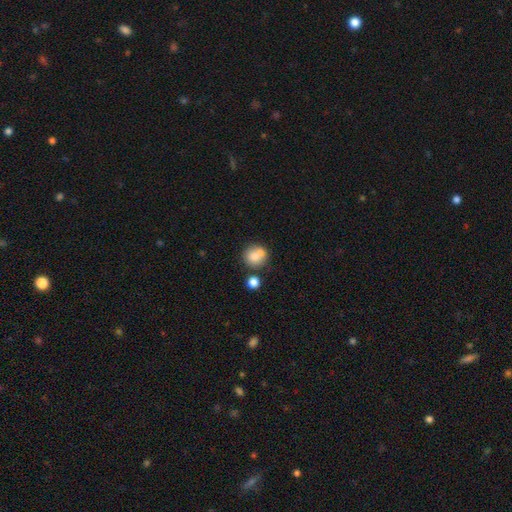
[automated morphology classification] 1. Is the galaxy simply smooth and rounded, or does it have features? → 76% smooth, 15% featured or disk, 10% star or artifact.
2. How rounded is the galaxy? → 83% round, 16% in between, 1% cigar-shaped.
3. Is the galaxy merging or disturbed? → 52% none, 32% merger, 12% minor disturbance, 4% major disturbance.